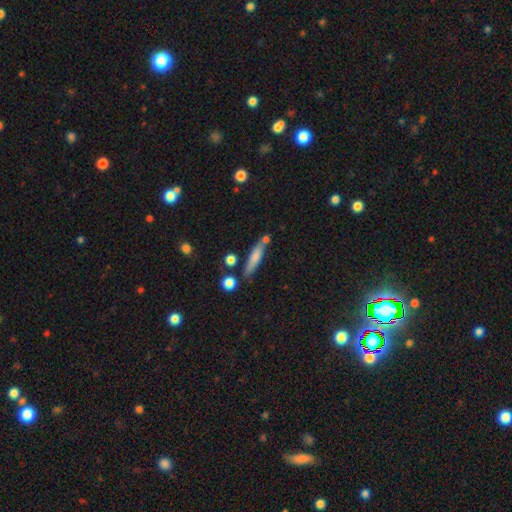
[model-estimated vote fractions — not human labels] Smooth or featured? Predicted: smooth (p=0.65). How rounded? Predicted: cigar-shaped (p=0.82). Merging? Predicted: none (p=0.69).